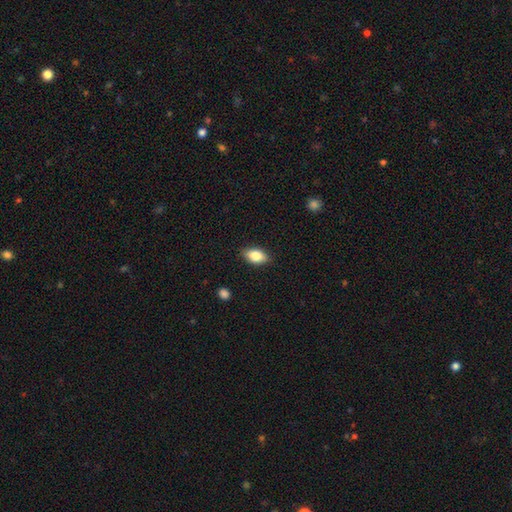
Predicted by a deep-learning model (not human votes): This is clearly a smooth galaxy (82%). How rounded: clearly in between (89%). Merging: clearly none (87%).